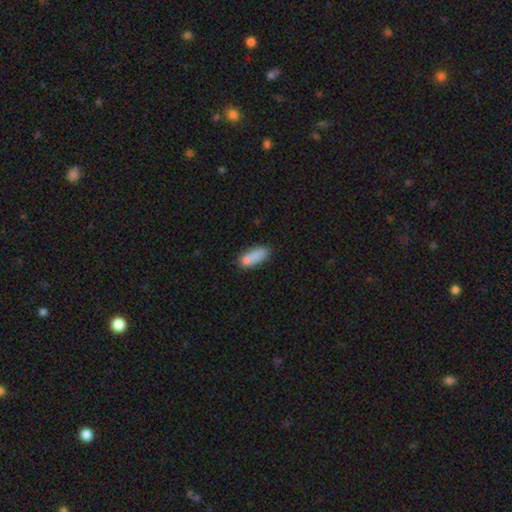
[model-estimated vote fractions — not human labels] A smooth galaxy with no disk features (80%) that is in between round and cigar-shaped (71%).

Vote fractions:
- Smooth or featured? smooth: 80% / featured or disk: 11% / star or artifact: 9%
- How rounded? in between: 71% / cigar-shaped: 26% / round: 3%
- Merging? none: 53% / minor disturbance: 23% / merger: 16% / major disturbance: 8%